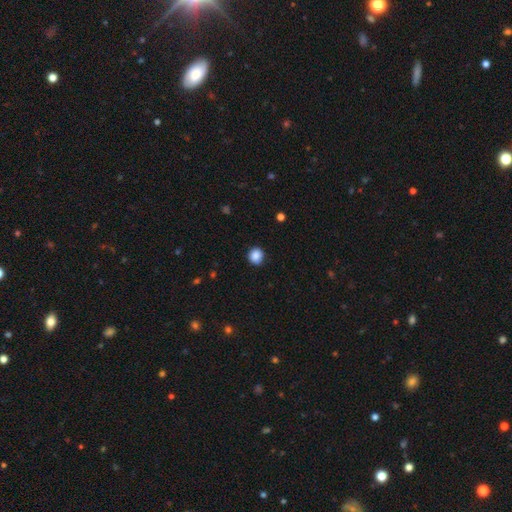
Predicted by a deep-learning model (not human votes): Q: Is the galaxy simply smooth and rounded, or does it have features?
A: smooth — 87%.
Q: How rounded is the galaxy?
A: round — 89%.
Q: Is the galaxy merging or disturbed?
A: none — 88%.